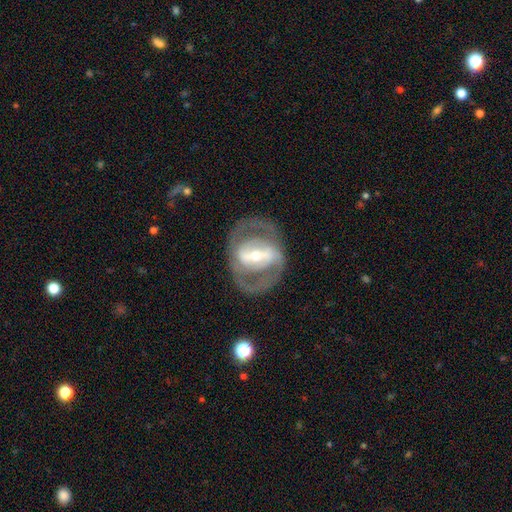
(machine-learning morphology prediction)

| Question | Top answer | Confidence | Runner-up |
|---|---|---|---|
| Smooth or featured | featured or disk | 82% | smooth (12%) |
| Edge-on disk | no | 92% | yes (8%) |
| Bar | strong | 65% | weak (23%) |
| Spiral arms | yes | 64% | no (36%) |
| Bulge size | small | 47% | moderate (43%) |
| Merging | none | 74% | minor disturbance (13%) |